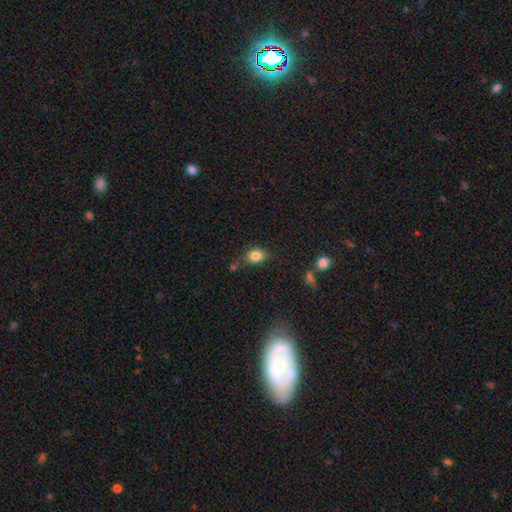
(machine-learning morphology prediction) This is clearly a smooth galaxy (83%). How rounded: likely in between (62%). Merging: likely none (70%).